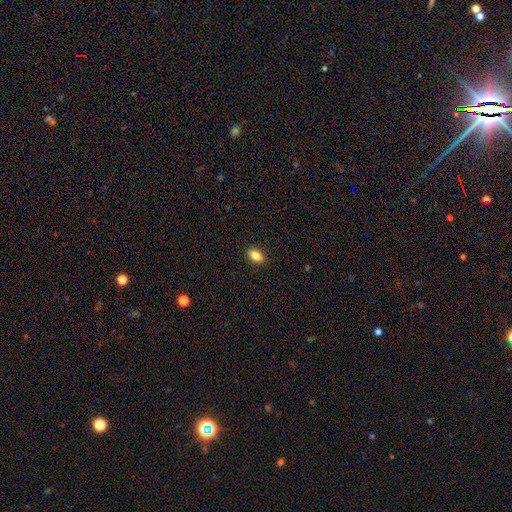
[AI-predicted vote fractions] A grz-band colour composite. It shows a smooth galaxy with no disk features (85%) that is in between round and cigar-shaped (87%). Merging: none (90%).